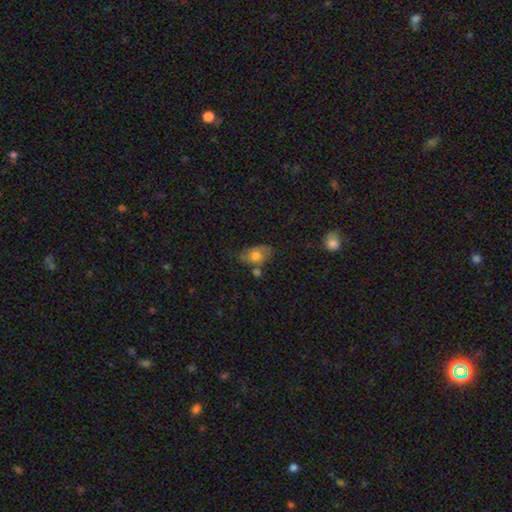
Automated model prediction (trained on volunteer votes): Overall: smooth (56%; featured or disk 35%). How rounded: in between (81%). Merging: none (46%; minor disturbance 29%).